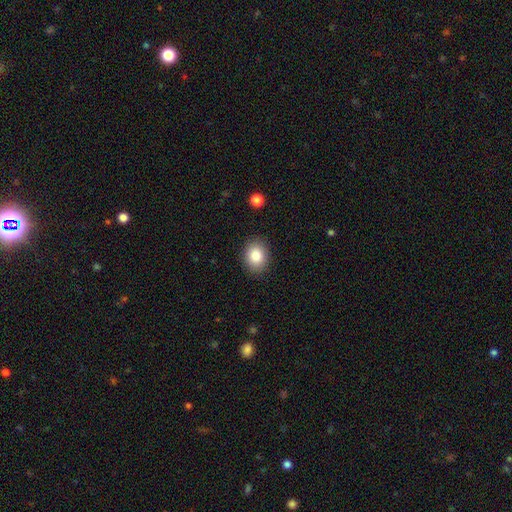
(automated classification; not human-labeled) This appears to be a smooth galaxy with no disk features (86%) that is in between round and cigar-shaped (54%). Merging: none (88%).